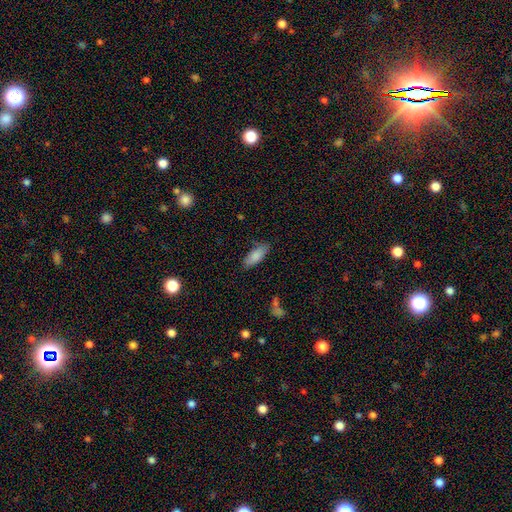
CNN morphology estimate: The model was most divided on "how rounded": in between: 77%, cigar-shaped: 22%, round: 2%. More confident: smooth or featured — smooth (85%); merging — none (79%).